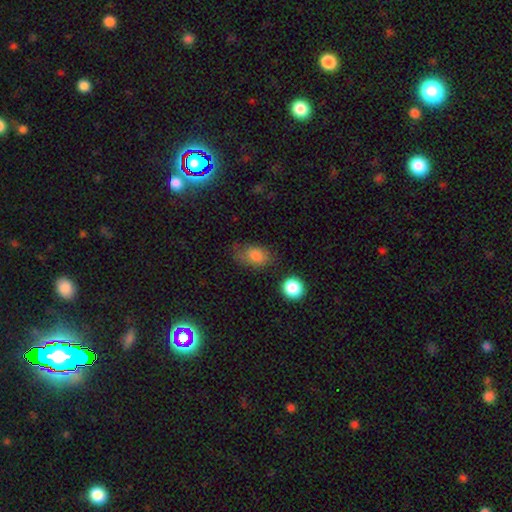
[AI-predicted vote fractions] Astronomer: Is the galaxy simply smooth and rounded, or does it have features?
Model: smooth — 81%.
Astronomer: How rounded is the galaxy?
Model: in between — 80%.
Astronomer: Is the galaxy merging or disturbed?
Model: none — 54%.